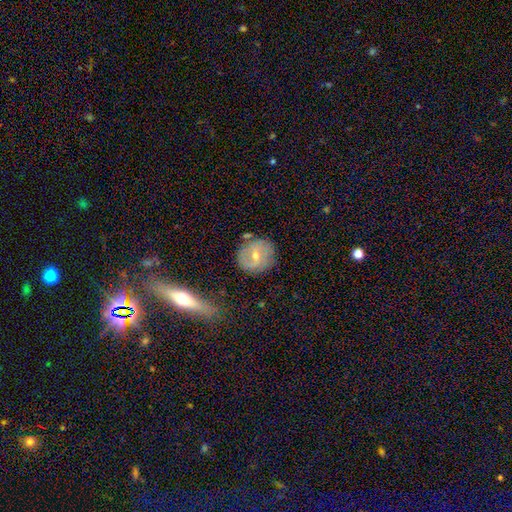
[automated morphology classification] A featured or disk galaxy (62%) with no bar (42%), spiral arms (65%) and a small central bulge (53%).

Vote fractions:
- Smooth or featured? featured or disk: 62% / smooth: 29% / star or artifact: 9%
- Edge-on disk? no: 89% / yes: 11%
- Bar? no: 42% / weak: 41% / strong: 17%
- Spiral arms? yes: 65% / no: 35%
- Bulge size? small: 53% / moderate: 44% / none: 1% / large: 1% / dominant: 1%
- Merging? none: 78% / minor disturbance: 15% / major disturbance: 4% / merger: 2%